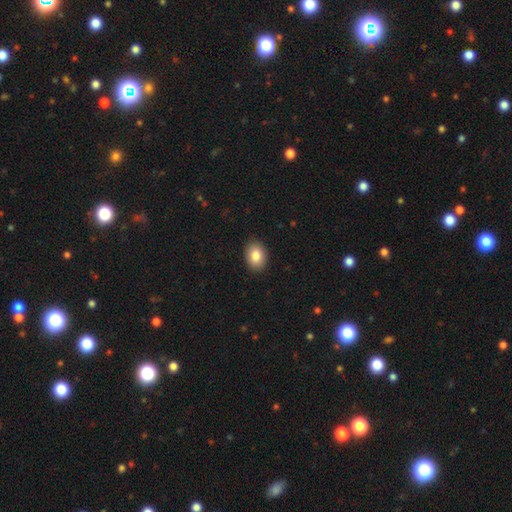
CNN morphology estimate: This appears to be a smooth galaxy with no disk features (84%) that is in between round and cigar-shaped (73%). Merging: none (90%).